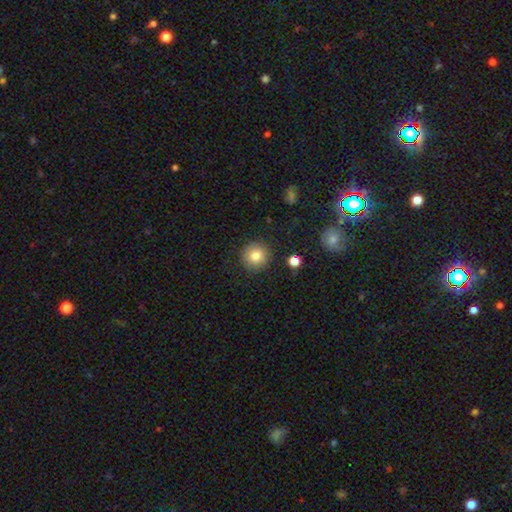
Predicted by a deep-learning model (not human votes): The model was most divided on "smooth or featured": smooth: 81%, star or artifact: 11%, featured or disk: 9%. More confident: how rounded — round (93%); merging — none (89%).